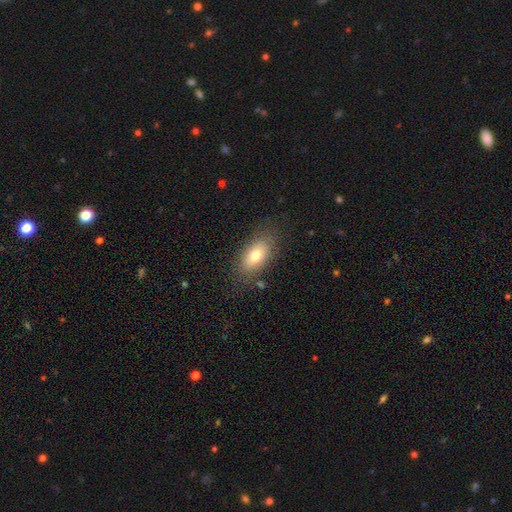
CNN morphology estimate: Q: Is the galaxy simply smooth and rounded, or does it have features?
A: smooth — 75%.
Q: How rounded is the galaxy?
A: in between — 87%.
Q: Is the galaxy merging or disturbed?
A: none — 80%.